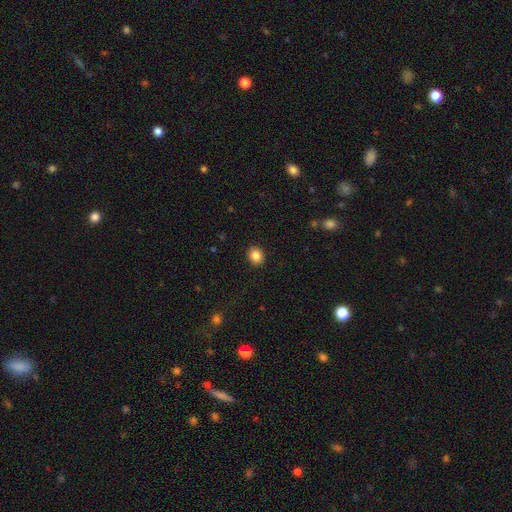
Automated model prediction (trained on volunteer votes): smooth_or_featured: smooth (p=0.86) [alt: star or artifact p=0.10]
how_rounded: round (p=0.70) [alt: in between p=0.29]
merging: none (p=0.91) [alt: minor disturbance p=0.06]